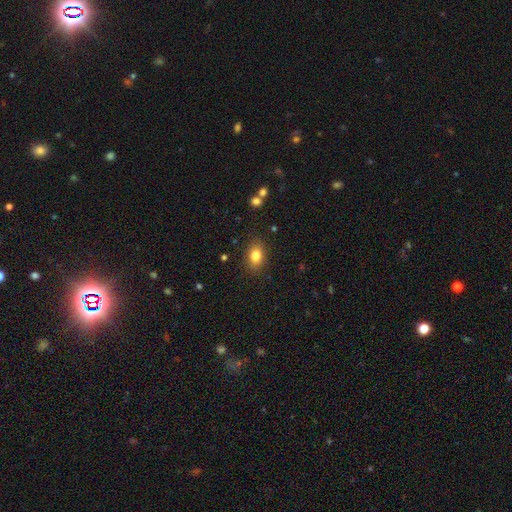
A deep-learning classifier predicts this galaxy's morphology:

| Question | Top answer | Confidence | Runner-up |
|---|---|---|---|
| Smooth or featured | smooth | 82% | star or artifact (9%) |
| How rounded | in between | 78% | round (20%) |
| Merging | none | 86% | minor disturbance (10%) |